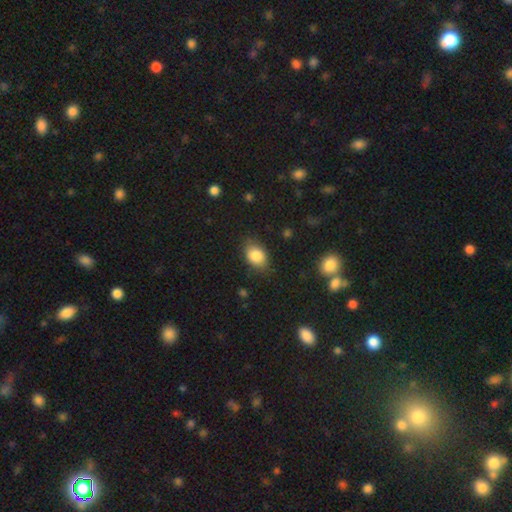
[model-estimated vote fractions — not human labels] A smooth galaxy with no disk features (86%) that is in between round and cigar-shaped (77%).

Vote fractions:
- Smooth or featured? smooth: 86% / star or artifact: 8% / featured or disk: 6%
- How rounded? in between: 77% / round: 21% / cigar-shaped: 1%
- Merging? none: 78% / minor disturbance: 17% / major disturbance: 4% / merger: 1%